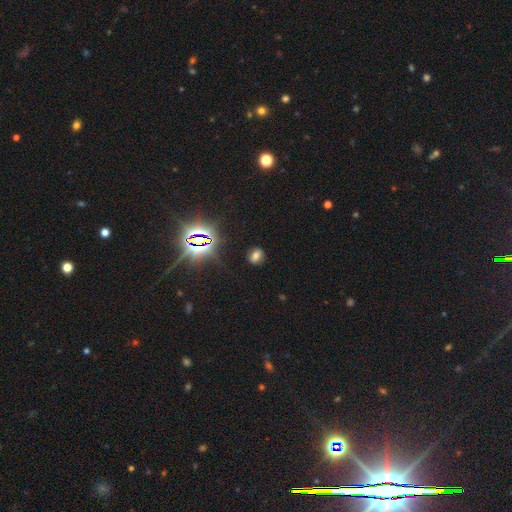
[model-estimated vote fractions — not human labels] A smooth galaxy with no disk features (59%) that is in between round and cigar-shaped (56%). Merging: none (86%).